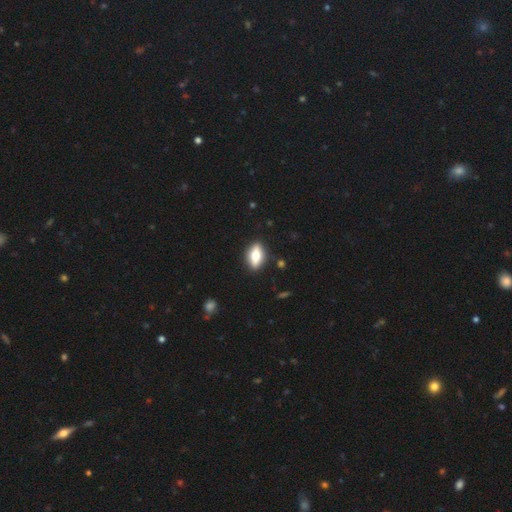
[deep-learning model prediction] Overall: smooth (57%; featured or disk 36%). How rounded: in between (79%). Merging: none (86%).